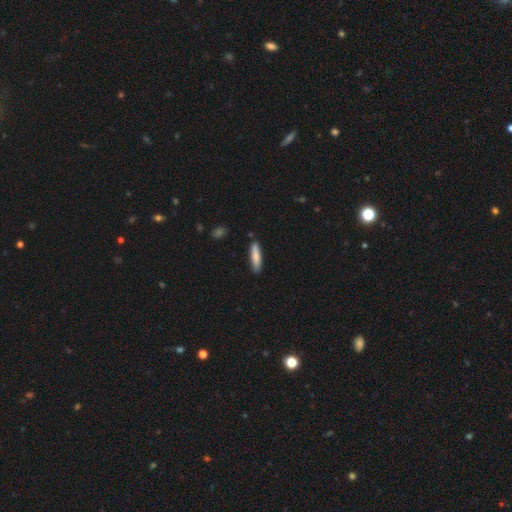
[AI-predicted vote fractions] The model was most divided on "how rounded": cigar-shaped: 78%, in between: 21%, round: 1%. More confident: merging — none (84%); smooth or featured — smooth (83%).